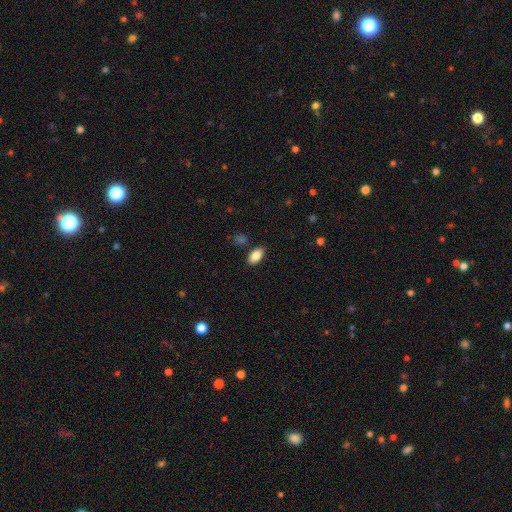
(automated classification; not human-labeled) The model was most divided on "merging": none: 85%, minor disturbance: 9%, merger: 3%, major disturbance: 2%. More confident: how rounded — in between (93%); smooth or featured — smooth (85%).